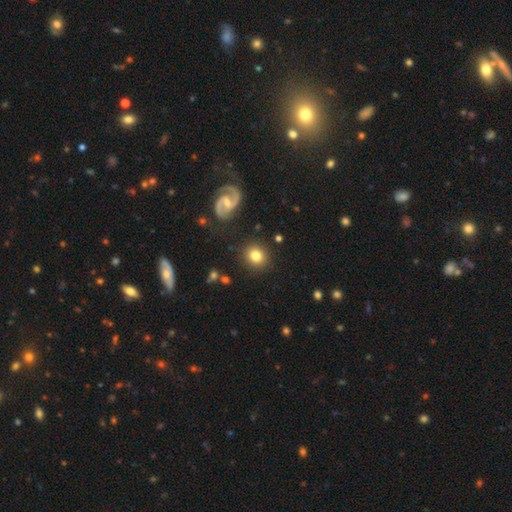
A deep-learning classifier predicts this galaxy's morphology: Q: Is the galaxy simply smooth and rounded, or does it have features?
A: smooth — 76%.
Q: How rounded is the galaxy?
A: round — 85%.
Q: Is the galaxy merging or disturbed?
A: none — 87%.